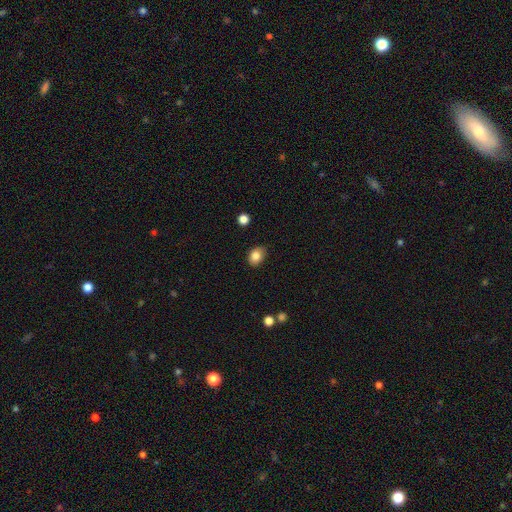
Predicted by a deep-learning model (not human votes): Smooth or featured? Predicted: smooth (p=0.85). How rounded? Predicted: in between (p=0.68). Merging? Predicted: none (p=0.82).